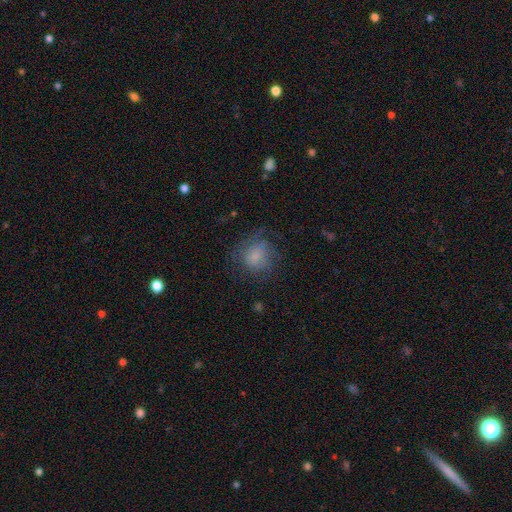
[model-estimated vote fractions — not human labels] smooth-or-featured: smooth: 62% | featured or disk: 27% | star or artifact: 11%
  how-rounded: round: 77% | in between: 22% | cigar-shaped: 1%
  merging: none: 58% | minor disturbance: 22% | major disturbance: 19% | merger: 1%